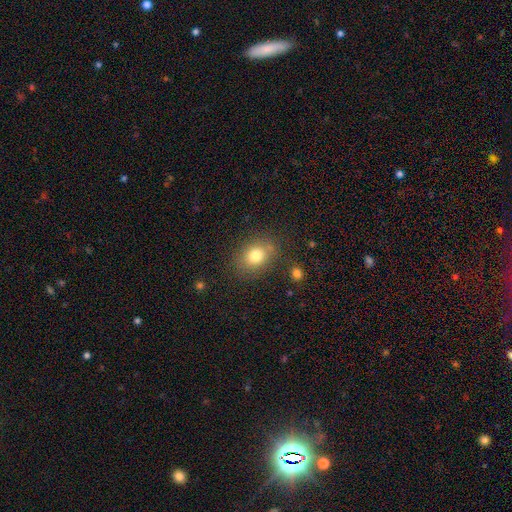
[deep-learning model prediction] smooth 79%, star or artifact 11%, featured or disk 10%. Down the decision tree: how rounded — in between (60%); merging — none (77%).